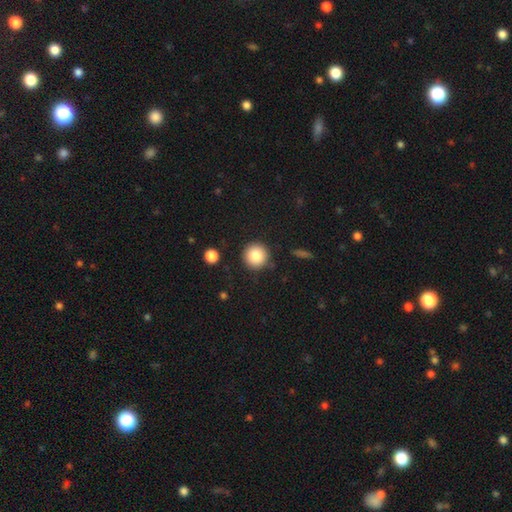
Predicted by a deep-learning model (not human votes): smooth_or_featured: smooth (p=0.84) [alt: star or artifact p=0.09]
how_rounded: round (p=0.95) [alt: in between p=0.04]
merging: none (p=0.89) [alt: minor disturbance p=0.06]